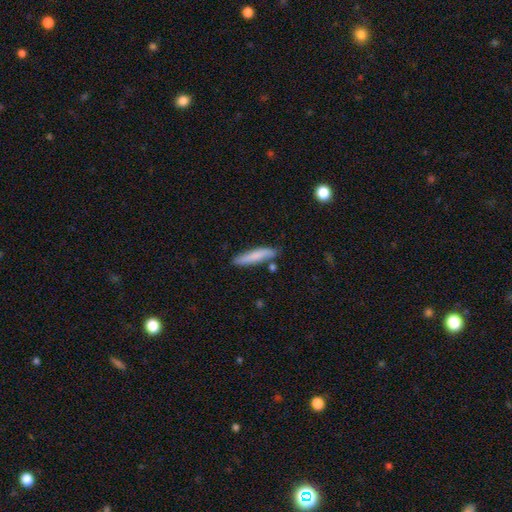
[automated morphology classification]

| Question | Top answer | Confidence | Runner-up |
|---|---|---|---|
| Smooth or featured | smooth | 75% | featured or disk (19%) |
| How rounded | cigar-shaped | 85% | in between (13%) |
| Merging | none | 80% | minor disturbance (14%) |